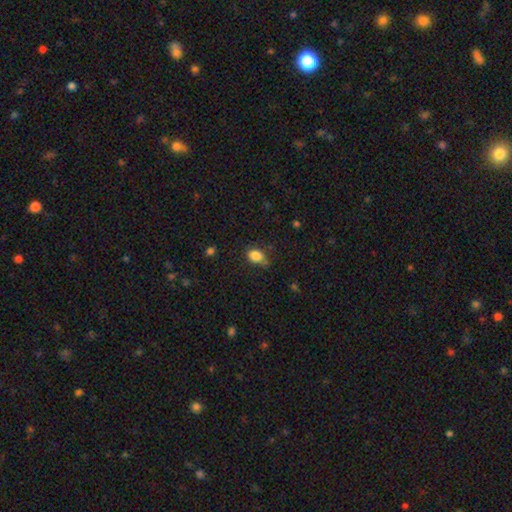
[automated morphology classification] Smooth or featured?
  - smooth: 85% *
  - star or artifact: 10%
  - featured or disk: 5%
How rounded?
  - in between: 63% *
  - round: 36%
  - cigar-shaped: 1%
Merging?
  - none: 65% *
  - minor disturbance: 25%
  - major disturbance: 6%
  - merger: 4%